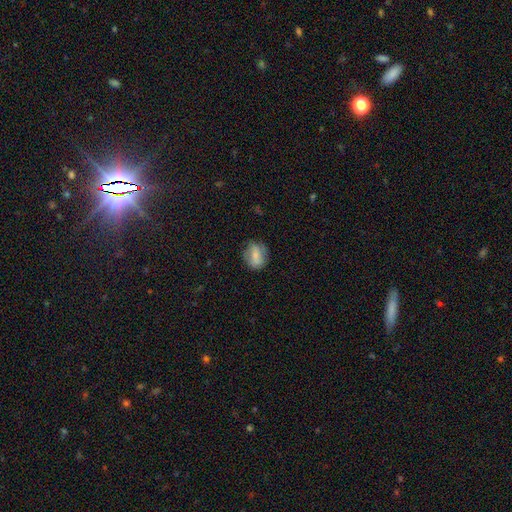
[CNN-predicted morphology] Q: Smooth or featured?
A: smooth (66%); runner-up: featured or disk (26%)
Q: How rounded?
A: in between (50%); runner-up: round (48%)
Q: Merging?
A: none (73%); runner-up: minor disturbance (19%)